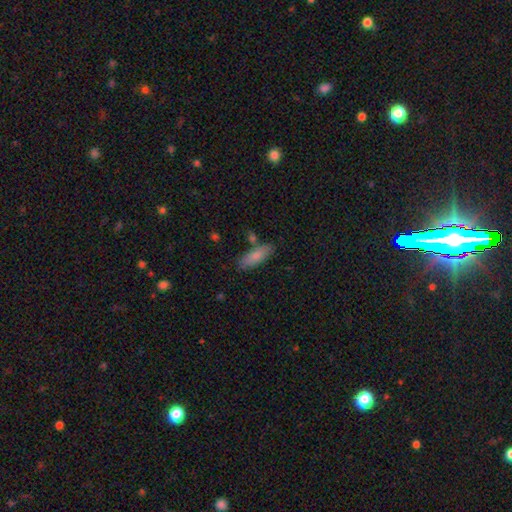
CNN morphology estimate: This appears to be a smooth galaxy with no disk features (84%) that is in between round and cigar-shaped (59%). Merging: none (75%).